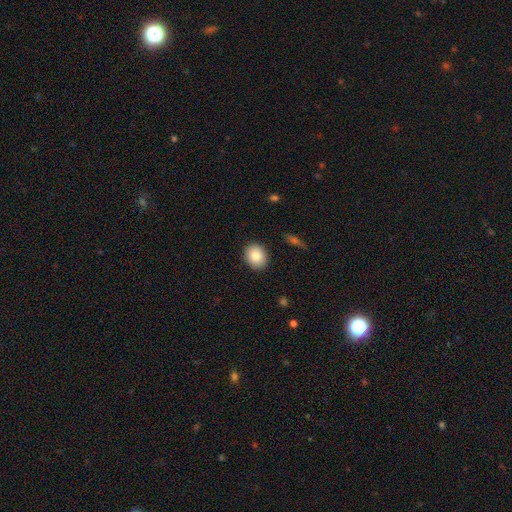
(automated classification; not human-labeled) smooth 84%, featured or disk 9%, star or artifact 8%. Down the decision tree: how rounded — in between (52%); merging — none (90%).